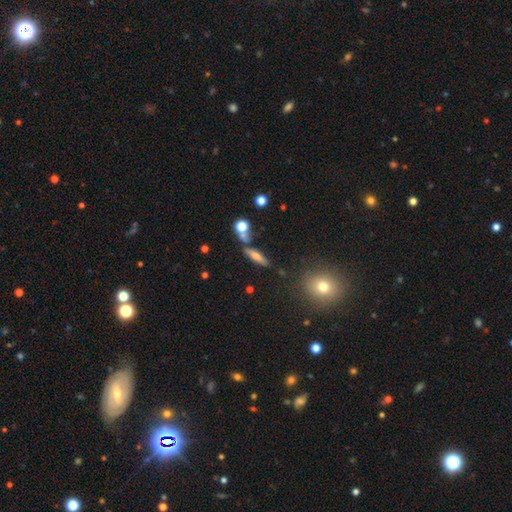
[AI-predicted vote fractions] The model was most divided on "smooth or featured": smooth: 47%, featured or disk: 37%, star or artifact: 16%. More confident: merging — none (64%).